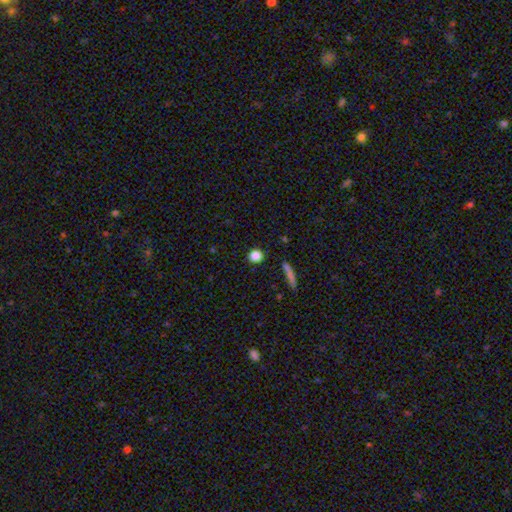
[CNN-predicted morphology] Smooth or featured: smooth — 85% (star or artifact — 10%)
How rounded: round — 89% (in between — 9%)
Merging: none — 90% (minor disturbance — 6%)